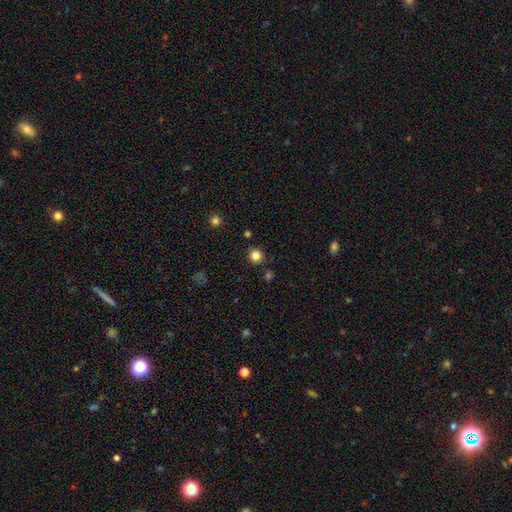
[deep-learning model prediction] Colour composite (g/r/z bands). It shows a smooth galaxy with no disk features (82%) that is round (93%). Merging: none (89%).